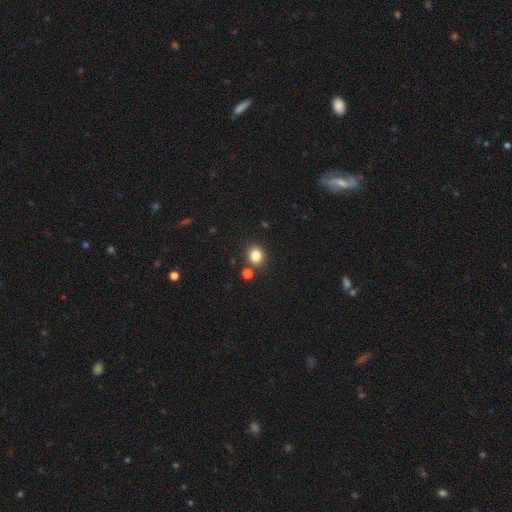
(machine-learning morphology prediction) This is clearly a smooth galaxy (83%). How rounded: likely round (78%). Merging: clearly none (81%).